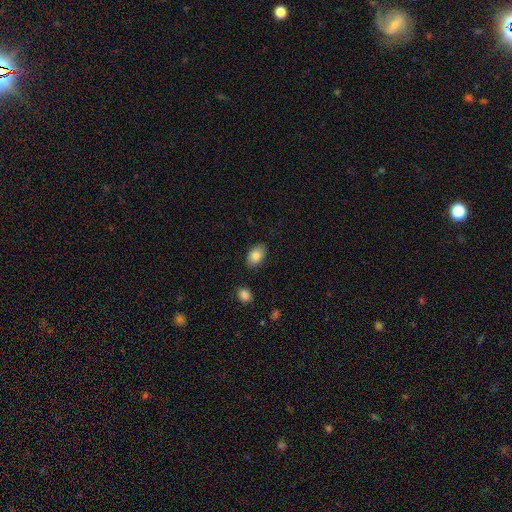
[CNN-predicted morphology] A smooth galaxy with no disk features (83%) that is in between round and cigar-shaped (87%).

Vote fractions:
- Smooth or featured? smooth: 83% / featured or disk: 10% / star or artifact: 8%
- How rounded? in between: 87% / round: 12% / cigar-shaped: 1%
- Merging? none: 85% / minor disturbance: 11% / major disturbance: 2% / merger: 2%